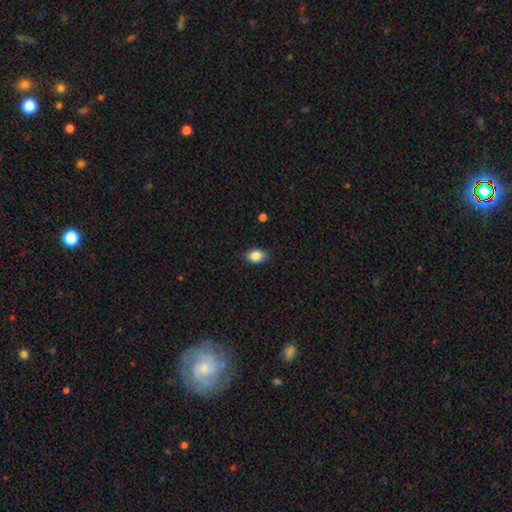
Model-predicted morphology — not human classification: This is clearly a smooth galaxy (86%). How rounded: clearly in between (83%). Merging: clearly none (87%).